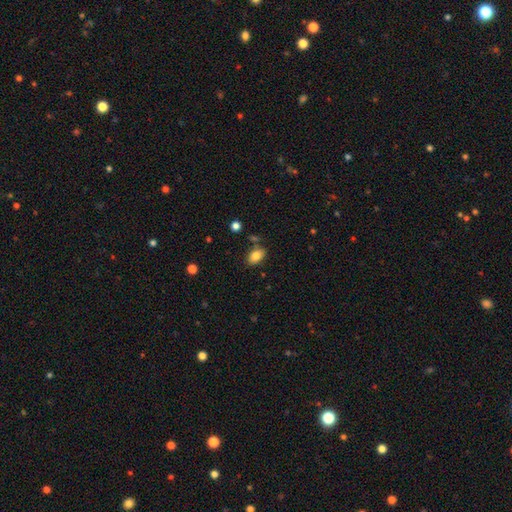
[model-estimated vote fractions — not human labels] A smooth galaxy with no disk features (84%) that is in between round and cigar-shaped (85%).

Vote fractions:
- Smooth or featured? smooth: 84% / star or artifact: 9% / featured or disk: 7%
- How rounded? in between: 85% / round: 14% / cigar-shaped: 1%
- Merging? none: 77% / minor disturbance: 13% / merger: 6% / major disturbance: 3%